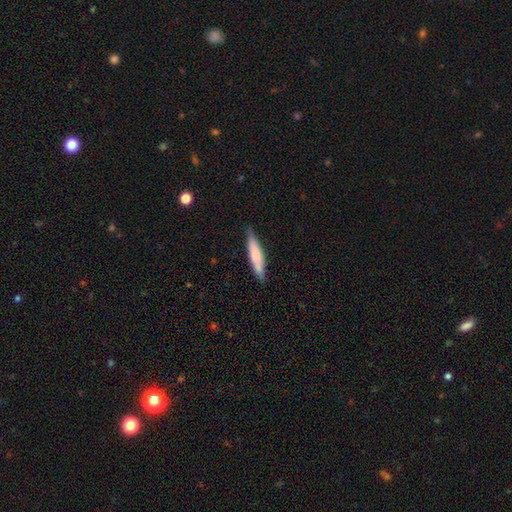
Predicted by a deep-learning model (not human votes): This is likely a smooth galaxy (69%). How rounded: clearly cigar-shaped (85%). Merging: clearly none (85%).